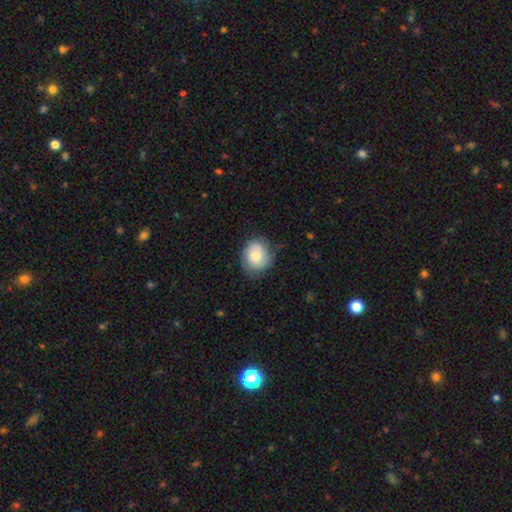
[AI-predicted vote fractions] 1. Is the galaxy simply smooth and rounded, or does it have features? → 68% smooth, 25% featured or disk, 7% star or artifact.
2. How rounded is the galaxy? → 67% round, 32% in between, 1% cigar-shaped.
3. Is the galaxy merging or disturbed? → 67% none, 24% minor disturbance, 7% major disturbance, 1% merger.